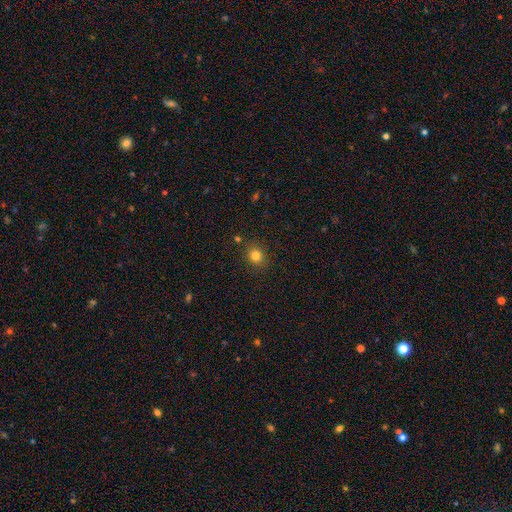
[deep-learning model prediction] Overall: smooth (81%). How rounded: round (73%). Merging: none (86%).